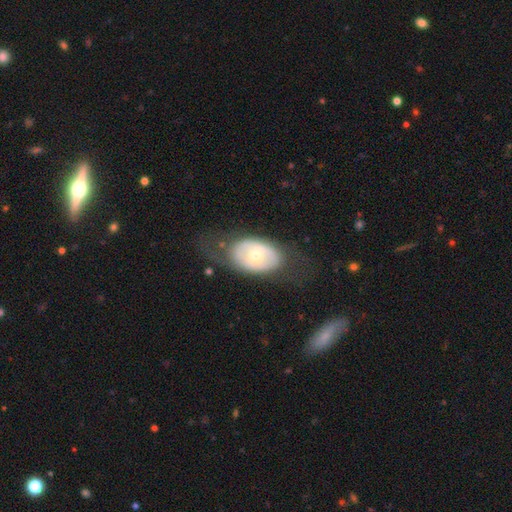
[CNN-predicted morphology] A featured or disk galaxy (52%). Merging: none (59%).